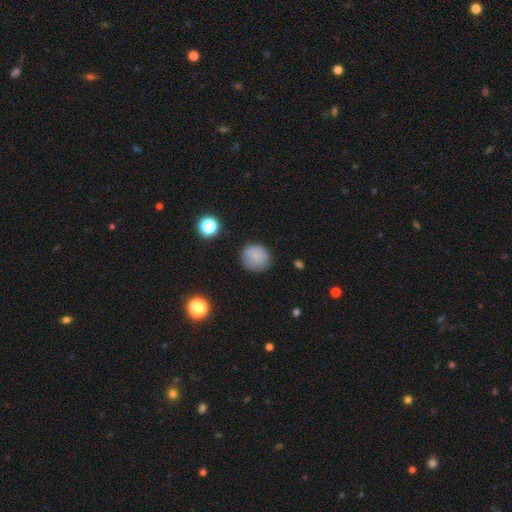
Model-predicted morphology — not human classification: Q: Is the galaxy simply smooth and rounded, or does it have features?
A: smooth — 81%.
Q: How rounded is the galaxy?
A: round — 87%.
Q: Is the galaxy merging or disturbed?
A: none — 83%.